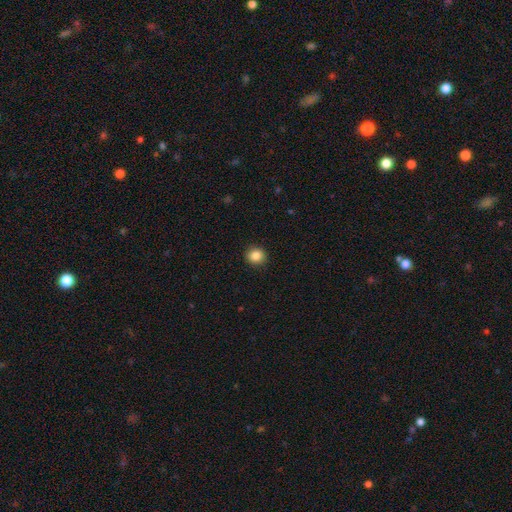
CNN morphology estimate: Smooth or featured? Predicted: smooth (p=0.86). How rounded? Predicted: round (p=0.86). Merging? Predicted: none (p=0.92).